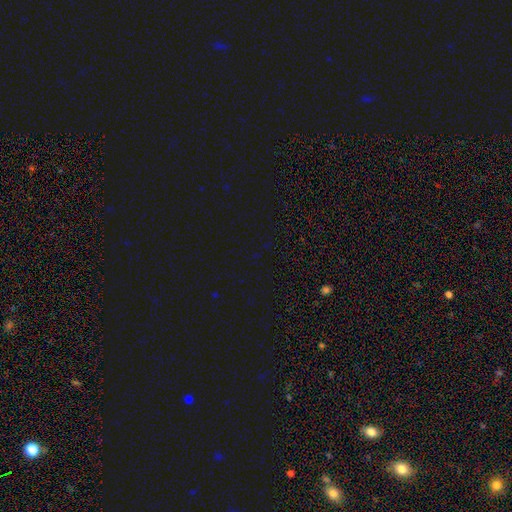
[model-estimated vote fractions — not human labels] smooth-or-featured: star or artifact: 77% | smooth: 17% | featured or disk: 6%